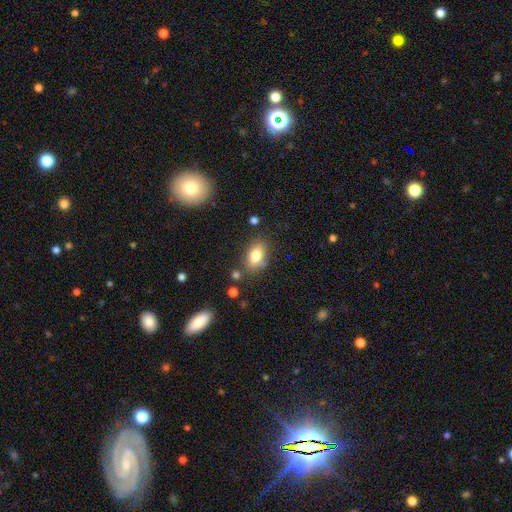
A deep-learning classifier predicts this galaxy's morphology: This appears to be a smooth galaxy with no disk features (80%) that is in between round and cigar-shaped (85%). Merging: none (75%).